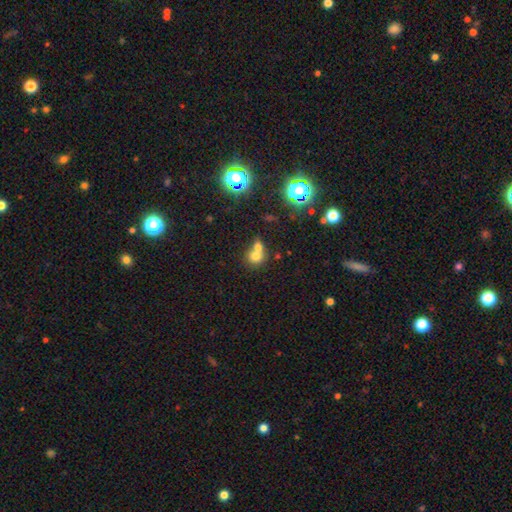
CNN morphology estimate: A smooth galaxy with no disk features (70%) that is round (75%).

Vote fractions:
- Smooth or featured? smooth: 70% / star or artifact: 16% / featured or disk: 14%
- How rounded? round: 75% / in between: 24% / cigar-shaped: 1%
- Merging? merger: 60% / none: 31% / minor disturbance: 6% / major disturbance: 3%